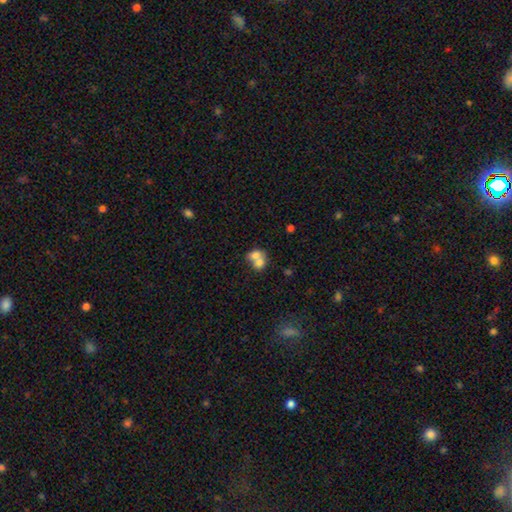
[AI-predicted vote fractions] Smooth or featured: smooth — 69% (featured or disk — 22%)
How rounded: in between — 50% (round — 49%)
Merging: merger — 74% (none — 18%)